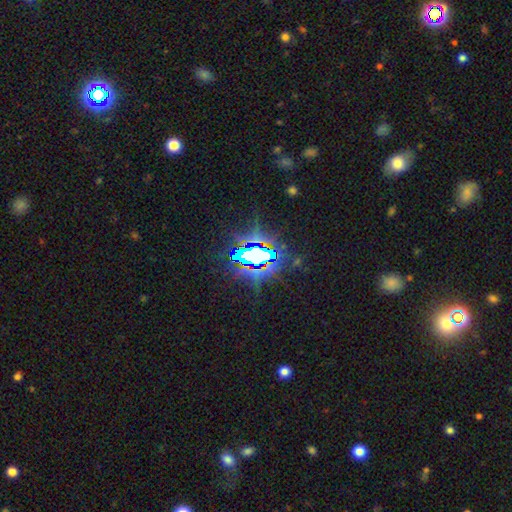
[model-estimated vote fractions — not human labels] smooth-or-featured: star or artifact: 76% | featured or disk: 13% | smooth: 11%